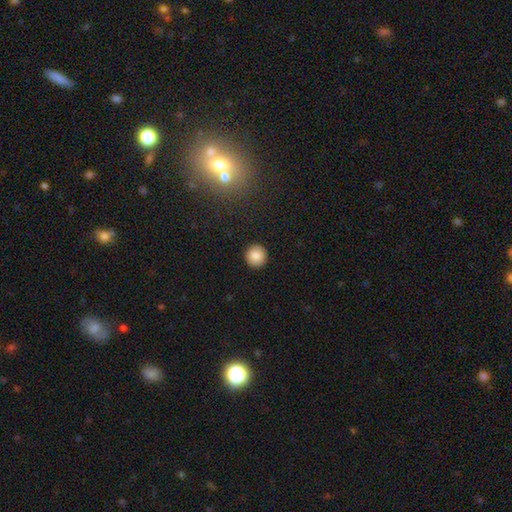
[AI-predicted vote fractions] The model was most divided on "smooth or featured": smooth: 87%, star or artifact: 9%, featured or disk: 4%. More confident: how rounded — round (95%); merging — none (93%).